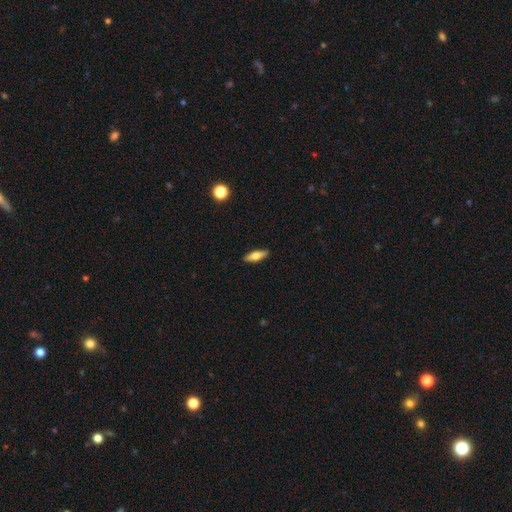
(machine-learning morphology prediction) smooth-or-featured: smooth: 63% | featured or disk: 30% | star or artifact: 6%
  how-rounded: in between: 53% | cigar-shaped: 44% | round: 3%
  merging: none: 90% | minor disturbance: 8% | major disturbance: 2% | merger: 1%